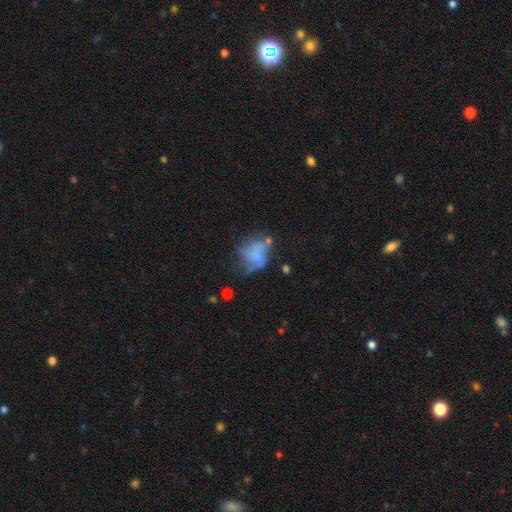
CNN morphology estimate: smooth_or_featured: smooth (p=0.50) [alt: featured or disk p=0.38]
merging: none (p=0.35) [alt: major disturbance p=0.30]